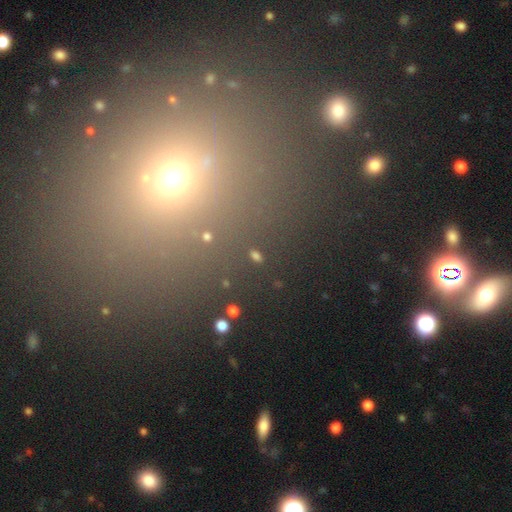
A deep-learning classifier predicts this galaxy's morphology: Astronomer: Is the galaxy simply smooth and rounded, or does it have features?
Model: smooth — 59%.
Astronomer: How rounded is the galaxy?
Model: in between — 60%.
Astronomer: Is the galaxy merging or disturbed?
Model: none — 83%.